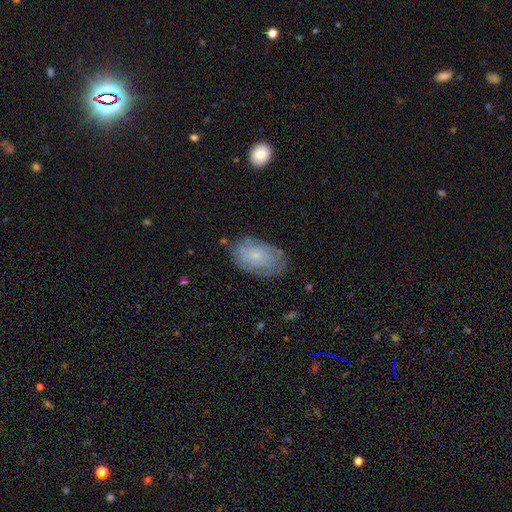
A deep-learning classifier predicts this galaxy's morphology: type=featured or disk (55%); edge-on=no (95%); bar=no (83%); spiral arms=yes (77%); bulge=small (79%); merging=none (72%).